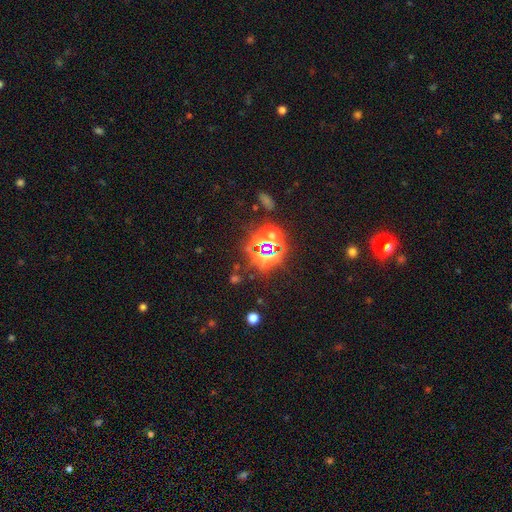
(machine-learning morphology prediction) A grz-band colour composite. It shows a star or artifact, not a galaxy (77%).